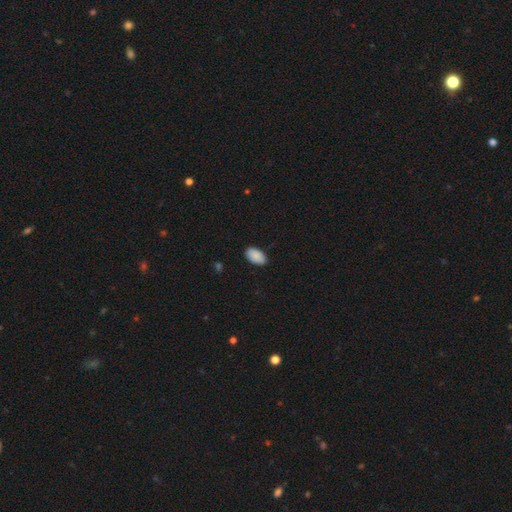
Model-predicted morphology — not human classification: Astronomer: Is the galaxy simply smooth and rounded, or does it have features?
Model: smooth — 89%.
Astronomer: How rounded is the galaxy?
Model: in between — 95%.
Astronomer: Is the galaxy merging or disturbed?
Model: none — 86%.